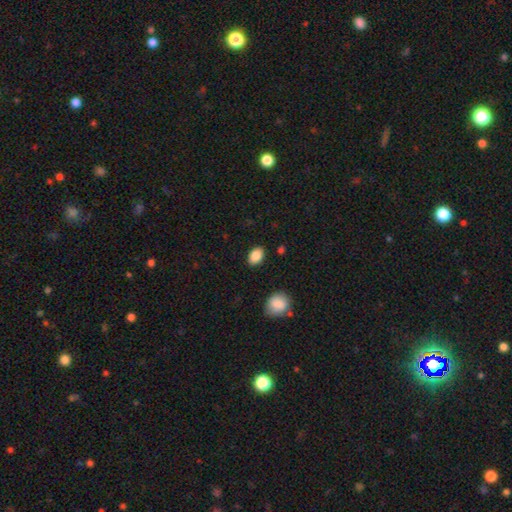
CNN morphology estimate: This is clearly a smooth galaxy (87%). How rounded: clearly in between (83%). Merging: clearly none (87%).